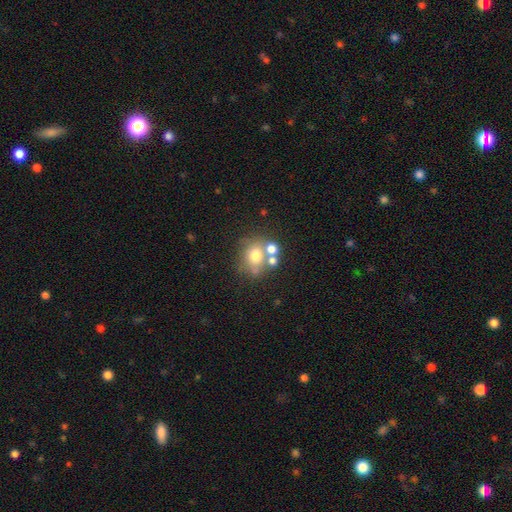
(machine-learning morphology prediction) smooth-or-featured: smooth: 65% | featured or disk: 21% | star or artifact: 14%
  how-rounded: round: 73% | in between: 26% | cigar-shaped: 1%
  merging: none: 48% | merger: 34% | minor disturbance: 11% | major disturbance: 6%